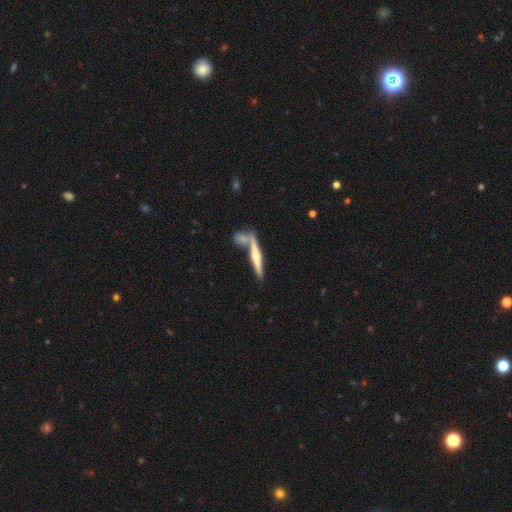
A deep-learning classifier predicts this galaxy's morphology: type=featured or disk (58%); edge-on=yes (96%); edge-on bulge=rounded (77%); merging=none (64%).